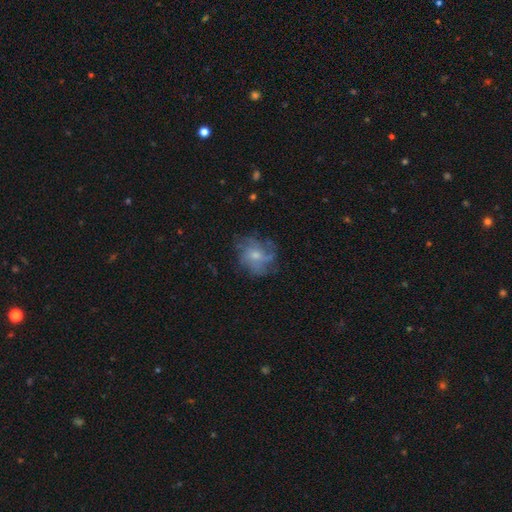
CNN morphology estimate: type=featured or disk (62%); edge-on=no (97%); bar=no (74%); spiral arms=yes (76%); bulge=moderate (48%); merging=none (64%).